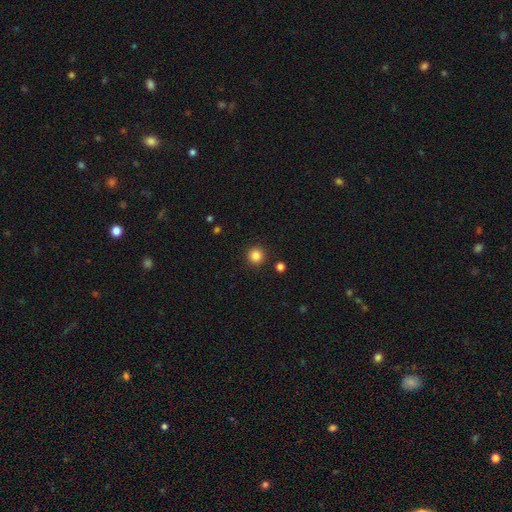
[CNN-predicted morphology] A smooth galaxy with no disk features (85%) that is round (95%).

Vote fractions:
- Smooth or featured? smooth: 85% / star or artifact: 12% / featured or disk: 4%
- How rounded? round: 95% / in between: 4% / cigar-shaped: 1%
- Merging? none: 92% / minor disturbance: 5% / major disturbance: 2% / merger: 2%